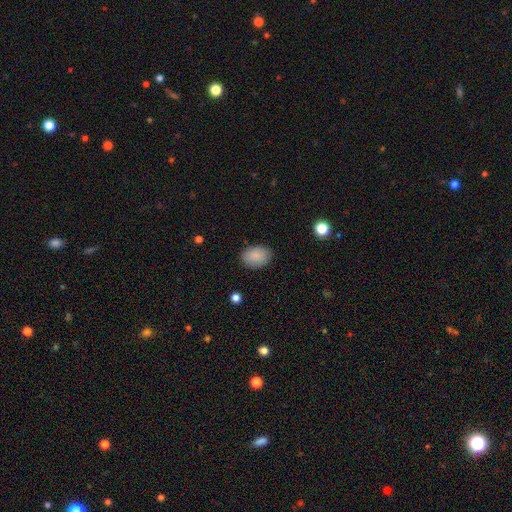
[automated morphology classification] smooth-or-featured: smooth: 87% | star or artifact: 7% | featured or disk: 5%
  how-rounded: in between: 81% | round: 18% | cigar-shaped: 1%
  merging: none: 86% | minor disturbance: 11% | major disturbance: 3% | merger: 1%